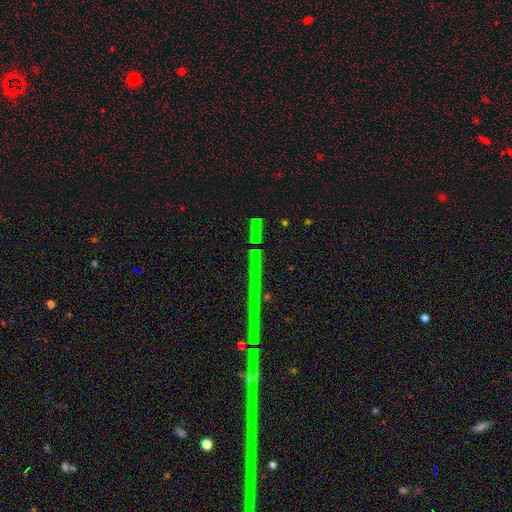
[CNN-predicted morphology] The model was most divided on "smooth or featured": star or artifact: 79%, featured or disk: 12%, smooth: 8%.